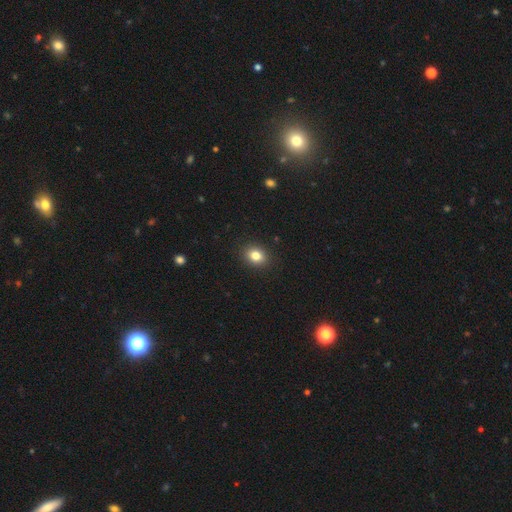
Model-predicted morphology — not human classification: The model was most divided on "how rounded": round: 50%, in between: 49%, cigar-shaped: 1%. More confident: merging — none (90%); smooth or featured — smooth (82%).